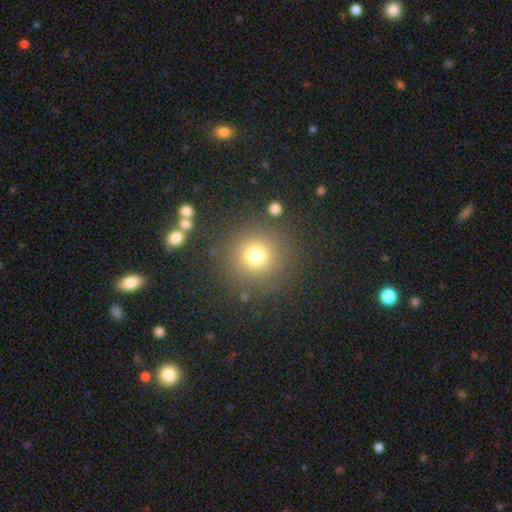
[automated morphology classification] Q: Smooth or featured?
A: smooth (73%); runner-up: star or artifact (18%)
Q: How rounded?
A: round (94%); runner-up: in between (5%)
Q: Merging?
A: none (85%); runner-up: minor disturbance (8%)